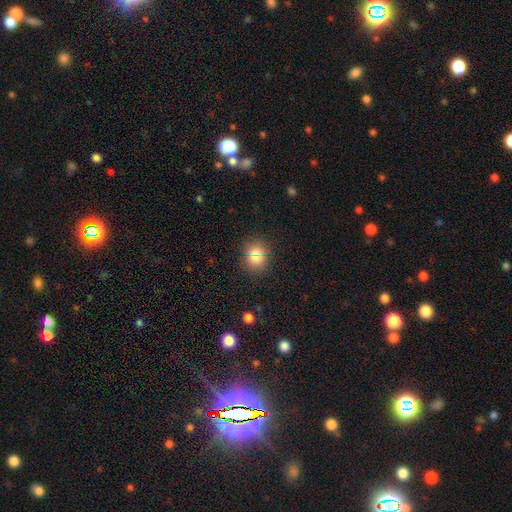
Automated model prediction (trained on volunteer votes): smooth 73%, star or artifact 17%, featured or disk 10%. Down the decision tree: how rounded — round (82%); merging — none (82%).